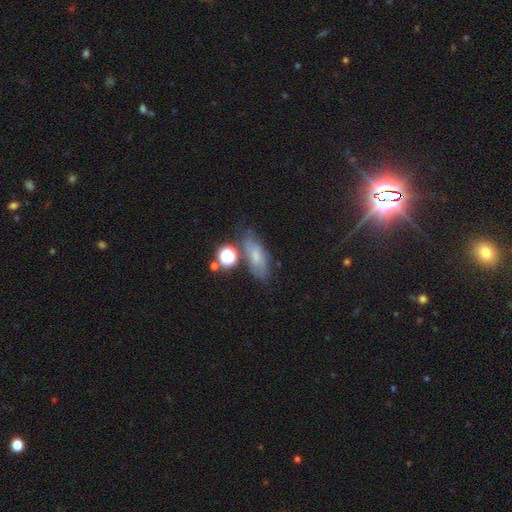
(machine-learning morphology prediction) This appears to be a smooth galaxy with no disk features (52%) that is in between round and cigar-shaped (72%). Merging: none (55%).